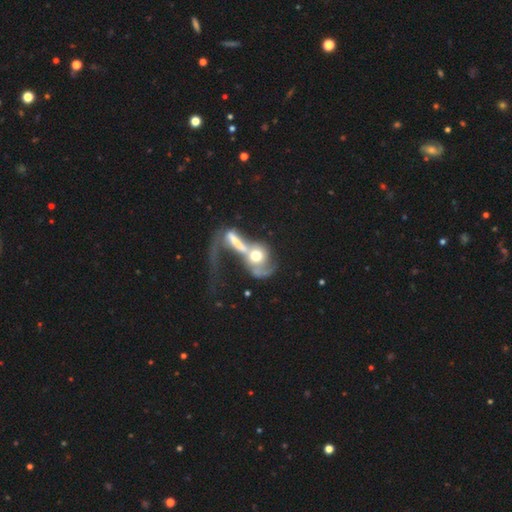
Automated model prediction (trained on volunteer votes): This is possibly a featured or disk galaxy (52%). It is clearly not viewed edge-on (91%). Merging: likely merger (63%).